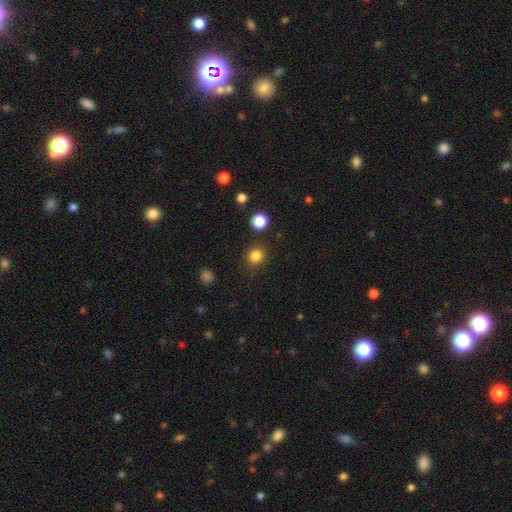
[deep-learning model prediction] Smooth or featured? Predicted: smooth (p=0.83). How rounded? Predicted: round (p=0.83). Merging? Predicted: none (p=0.85).